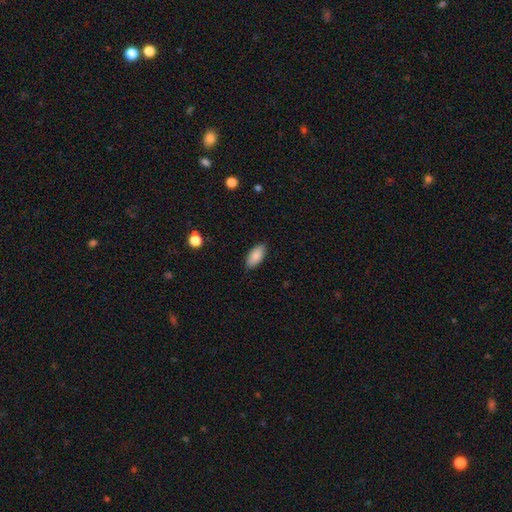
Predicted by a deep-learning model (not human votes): This appears to be a smooth galaxy with no disk features (87%) that is in between round and cigar-shaped (92%). Merging: none (87%).